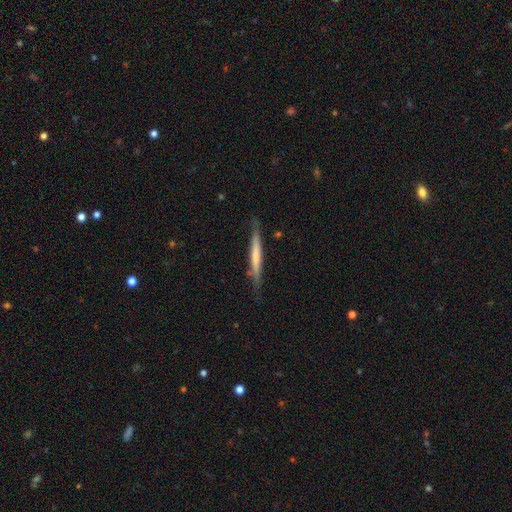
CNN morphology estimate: This is possibly a smooth galaxy (51%). How rounded: clearly cigar-shaped (96%). Merging: likely none (78%).